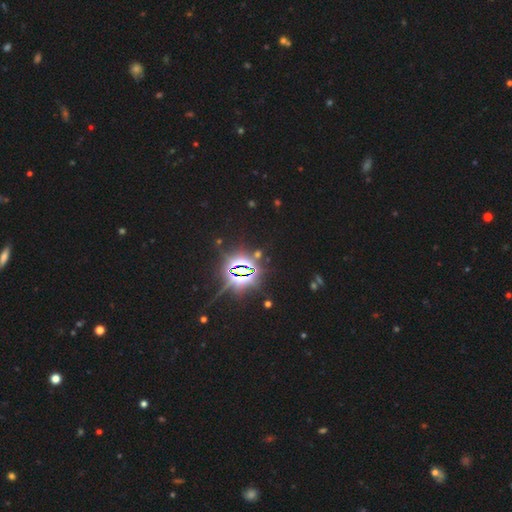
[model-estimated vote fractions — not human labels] smooth_or_featured: star or artifact (p=0.85) [alt: smooth p=0.08]